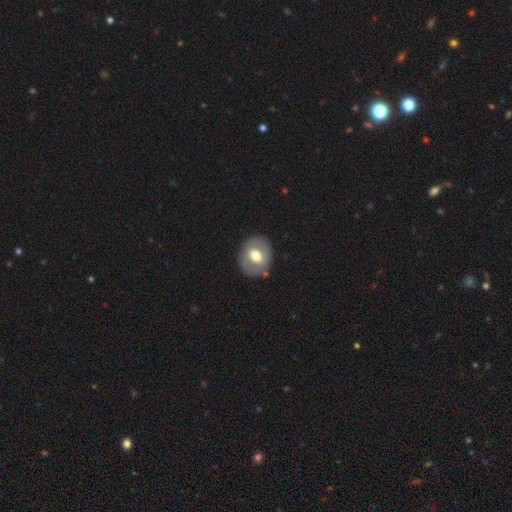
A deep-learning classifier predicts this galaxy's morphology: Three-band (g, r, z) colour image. It shows a featured or disk galaxy (47%, tied with smooth). Merging: none (80%).